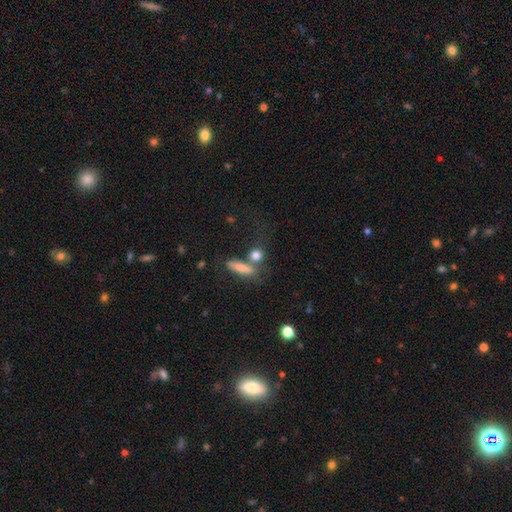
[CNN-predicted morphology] smooth_or_featured: smooth (p=0.78) [alt: featured or disk p=0.12]
how_rounded: round (p=0.54) [alt: in between p=0.27]
merging: none (p=0.51) [alt: merger p=0.29]